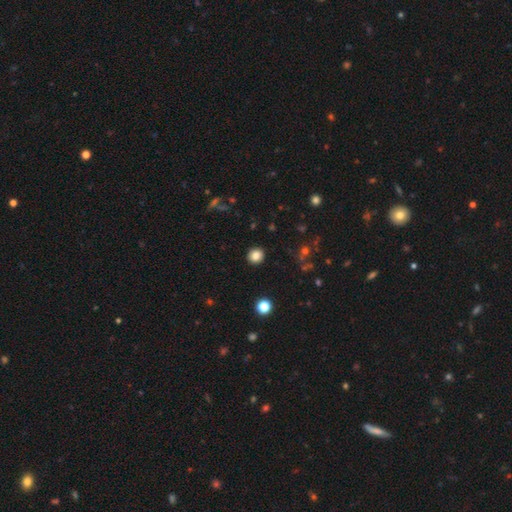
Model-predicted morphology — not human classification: smooth_or_featured: smooth (p=0.83) [alt: star or artifact p=0.11]
how_rounded: round (p=0.89) [alt: in between p=0.11]
merging: none (p=0.92) [alt: minor disturbance p=0.05]